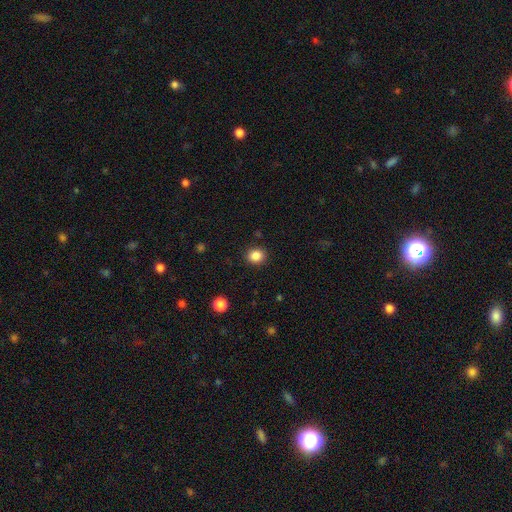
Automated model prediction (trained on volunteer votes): Morphology: type=smooth (86%); roundness=round (74%); merging=none (89%).